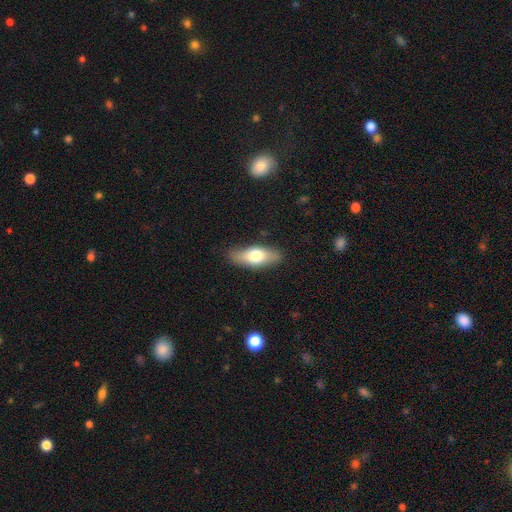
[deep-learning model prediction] Smooth or featured? Predicted: smooth (p=0.66). How rounded? Predicted: in between (p=0.72). Merging? Predicted: none (p=0.85).